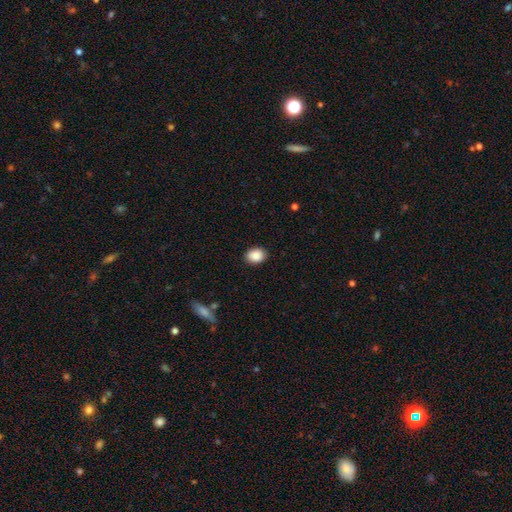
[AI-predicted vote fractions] Smooth or featured?
  - smooth: 89% *
  - star or artifact: 7%
  - featured or disk: 3%
How rounded?
  - in between: 64% *
  - round: 35%
  - cigar-shaped: 1%
Merging?
  - none: 89% *
  - minor disturbance: 8%
  - major disturbance: 2%
  - merger: 1%